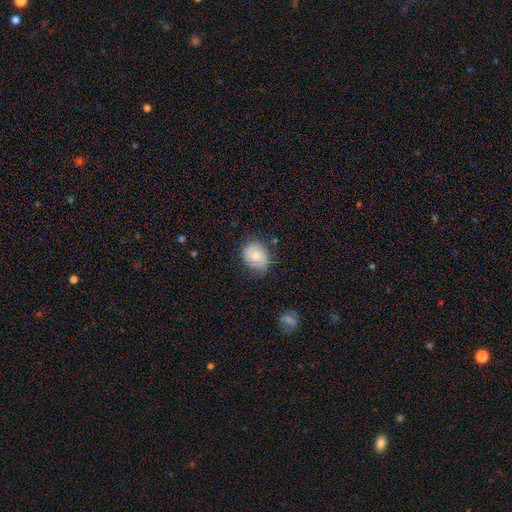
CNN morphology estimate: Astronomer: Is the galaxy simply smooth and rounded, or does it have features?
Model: smooth — 65%.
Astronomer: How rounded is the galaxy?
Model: round — 50% (runner-up: in between, 49%).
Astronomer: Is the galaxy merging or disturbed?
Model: none — 68%.